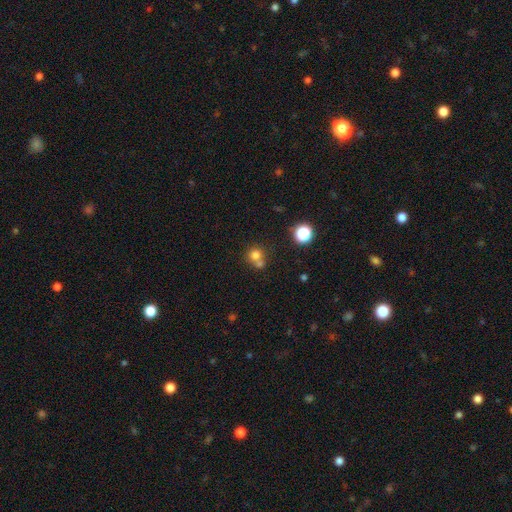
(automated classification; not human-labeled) A smooth galaxy with no disk features (74%) that is round (86%). Merging: none (47%).